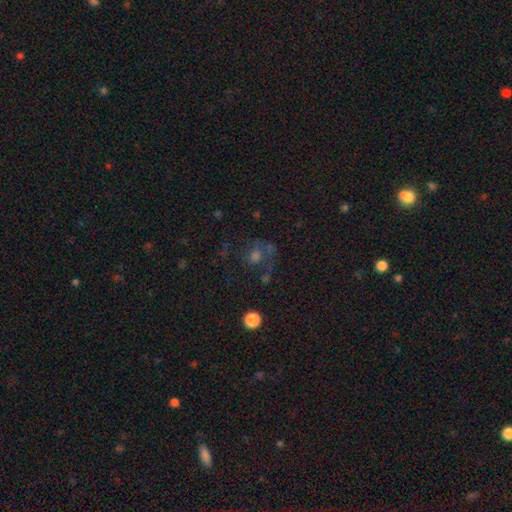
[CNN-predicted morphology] This appears to be a smooth galaxy with no disk features (44%). Merging: none (47%).